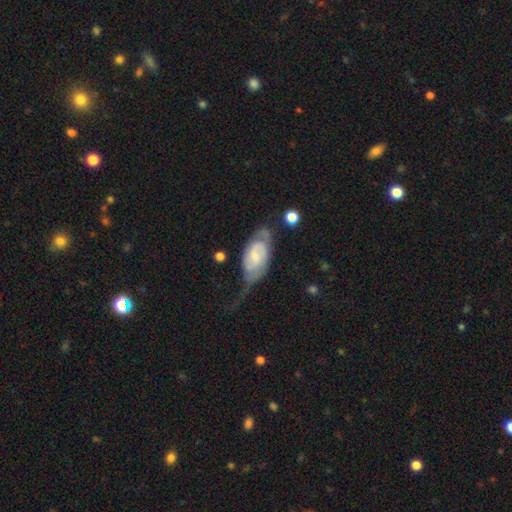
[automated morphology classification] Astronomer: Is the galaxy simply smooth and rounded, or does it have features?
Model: featured or disk — 75%.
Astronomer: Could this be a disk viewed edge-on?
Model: no — 95%.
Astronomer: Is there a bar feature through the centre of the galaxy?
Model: weak — 50% (runner-up: no, 38%).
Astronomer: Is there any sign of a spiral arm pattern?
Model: yes — 90%.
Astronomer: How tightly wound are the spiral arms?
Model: medium — 42% (runner-up: tight, 40%).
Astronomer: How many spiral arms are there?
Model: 2 — 70%.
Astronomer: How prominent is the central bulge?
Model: small — 51% (runner-up: moderate, 35%).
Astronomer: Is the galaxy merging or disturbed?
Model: none — 34% (runner-up: major disturbance, 32%).